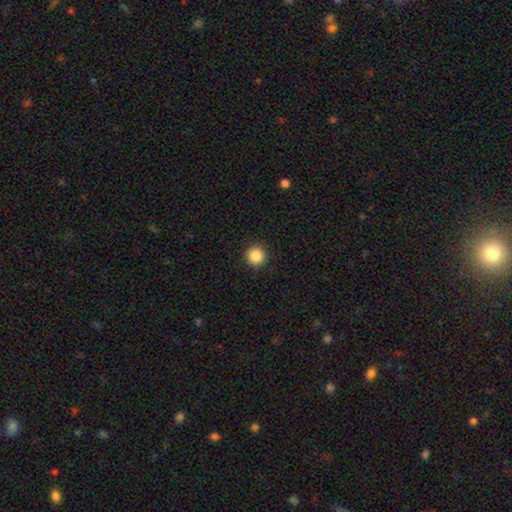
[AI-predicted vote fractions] Morphology: type=smooth (87%); roundness=round (95%); merging=none (92%).